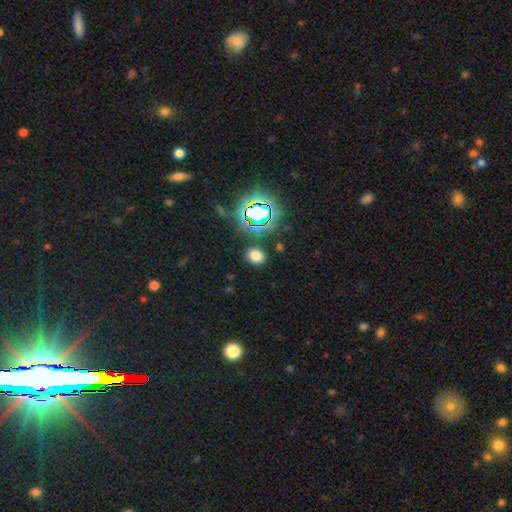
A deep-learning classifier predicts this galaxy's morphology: The model was most divided on "how rounded": in between: 55%, round: 44%, cigar-shaped: 1%. More confident: merging — none (85%); smooth or featured — smooth (71%).